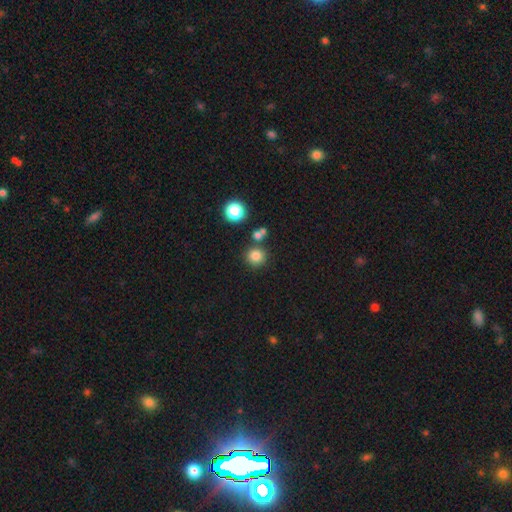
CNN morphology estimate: Q: Smooth or featured?
A: smooth (81%); runner-up: star or artifact (14%)
Q: How rounded?
A: round (91%); runner-up: in between (8%)
Q: Merging?
A: none (79%); runner-up: merger (10%)